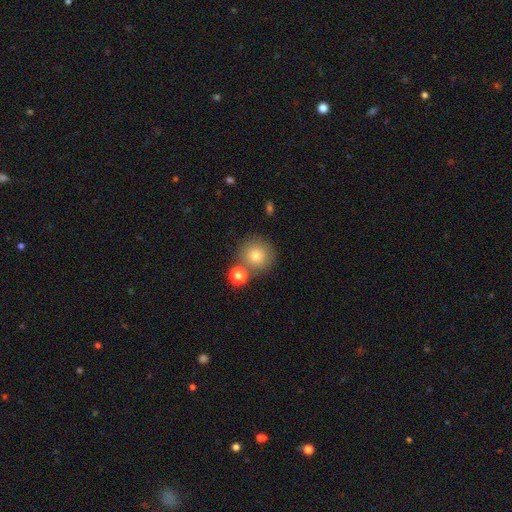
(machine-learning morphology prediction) A smooth galaxy with no disk features (78%) that is round (94%).

Vote fractions:
- Smooth or featured? smooth: 78% / star or artifact: 12% / featured or disk: 11%
- How rounded? round: 94% / in between: 5% / cigar-shaped: 1%
- Merging? none: 74% / merger: 14% / minor disturbance: 9% / major disturbance: 3%